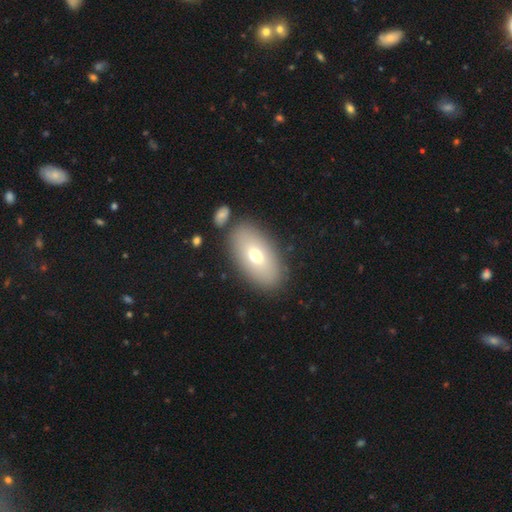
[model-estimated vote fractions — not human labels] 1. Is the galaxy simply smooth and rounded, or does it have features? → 67% smooth, 25% featured or disk, 8% star or artifact.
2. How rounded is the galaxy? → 92% in between, 5% round, 3% cigar-shaped.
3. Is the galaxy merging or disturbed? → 80% none, 10% minor disturbance, 6% merger, 4% major disturbance.